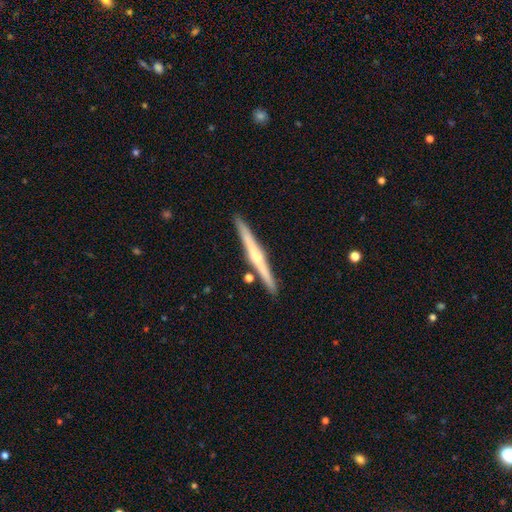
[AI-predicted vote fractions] Smooth or featured?
  - featured or disk: 61% *
  - smooth: 34%
  - star or artifact: 6%
Edge-on disk?
  - yes: 98% *
  - no: 2%
Edge-on bulge?
  - rounded: 50% *
  - none: 42%
  - boxy: 8%
Merging?
  - none: 89% *
  - minor disturbance: 7%
  - merger: 3%
  - major disturbance: 1%